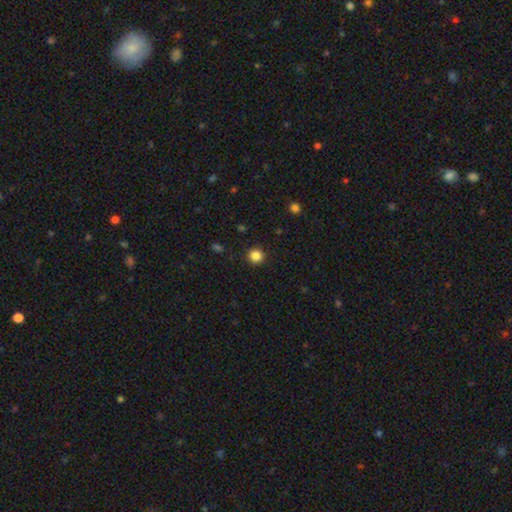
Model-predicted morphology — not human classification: Smooth or featured? Predicted: smooth (p=0.85). How rounded? Predicted: round (p=0.94). Merging? Predicted: none (p=0.92).